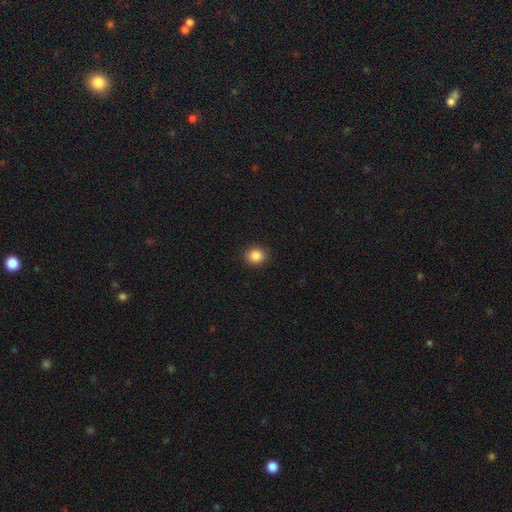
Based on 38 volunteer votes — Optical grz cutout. It shows a smooth galaxy with no disk features (89%) that is round (85%). Merging: none (86%).